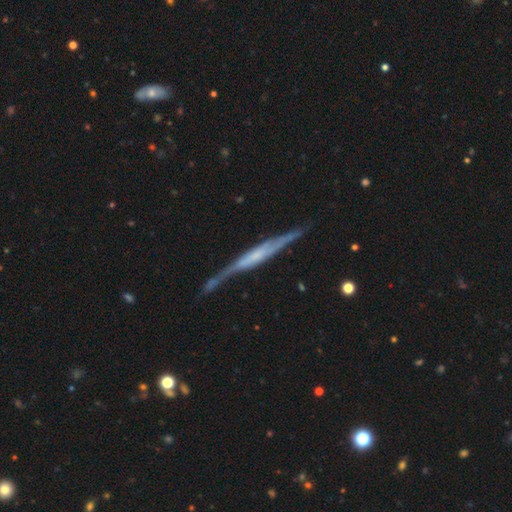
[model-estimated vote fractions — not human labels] Smooth or featured? featured or disk (75%)
Edge-on disk? yes (94%)
Edge-on bulge? boxy (43%)
Merging? none (67%)